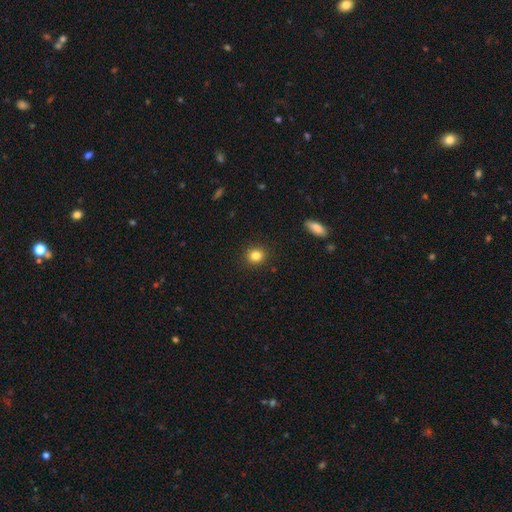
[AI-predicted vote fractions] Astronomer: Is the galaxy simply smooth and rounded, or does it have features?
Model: smooth — 83%.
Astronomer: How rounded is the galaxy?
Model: round — 83%.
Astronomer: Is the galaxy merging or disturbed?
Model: none — 90%.